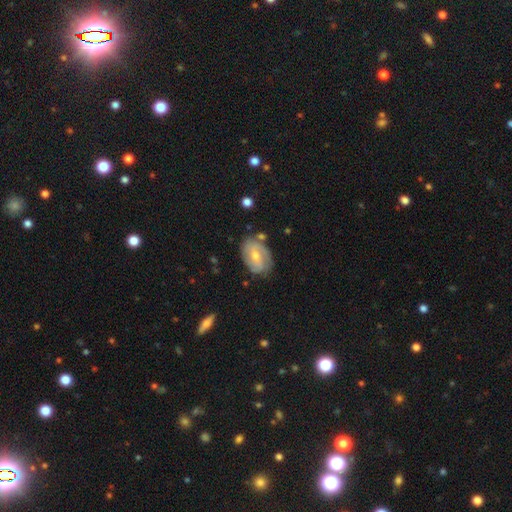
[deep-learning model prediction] A featured or disk galaxy (62%) with a weak bar (45%), spiral arms (80%) and a small central bulge (49%). Merging: none (68%).